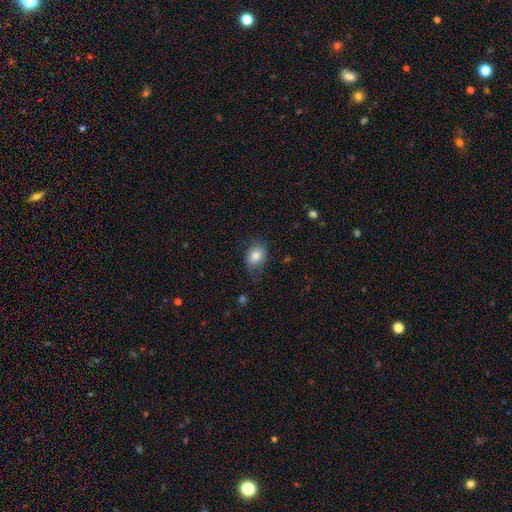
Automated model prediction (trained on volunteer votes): Smooth or featured? Predicted: smooth (p=0.82). How rounded? Predicted: in between (p=0.72). Merging? Predicted: none (p=0.69).